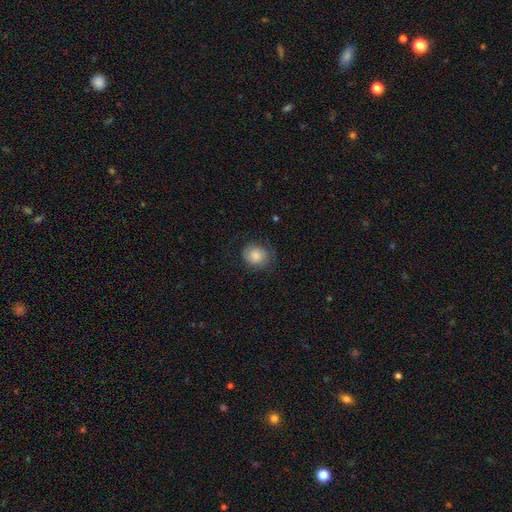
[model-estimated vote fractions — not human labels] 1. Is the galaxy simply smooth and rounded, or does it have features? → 80% smooth, 12% featured or disk, 8% star or artifact.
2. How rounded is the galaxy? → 69% round, 31% in between, 1% cigar-shaped.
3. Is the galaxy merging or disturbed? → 72% none, 20% minor disturbance, 7% major disturbance, 1% merger.